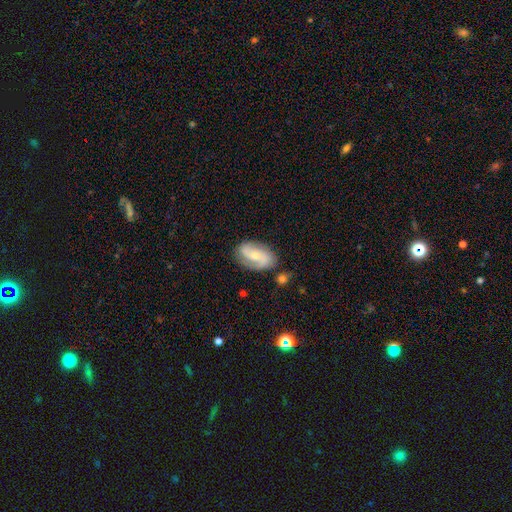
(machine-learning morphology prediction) A featured or disk galaxy (68%) with no bar (54%), 2 (81%) medium (41%) spiral arms (91%) and a small central bulge (54%). Merging: none (73%).